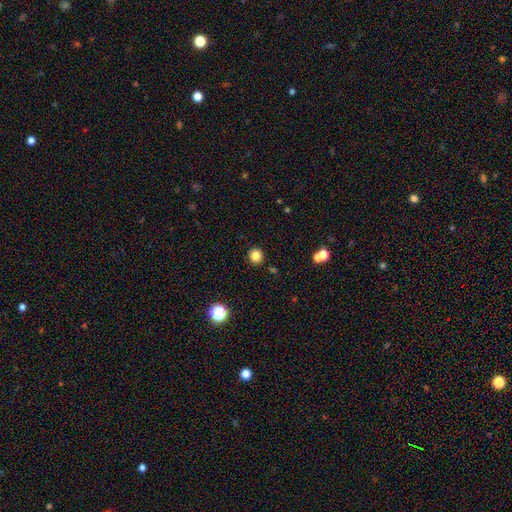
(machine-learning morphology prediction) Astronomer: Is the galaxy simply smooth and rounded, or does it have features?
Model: smooth — 83%.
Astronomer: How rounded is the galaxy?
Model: round — 91%.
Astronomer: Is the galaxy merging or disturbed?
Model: none — 91%.